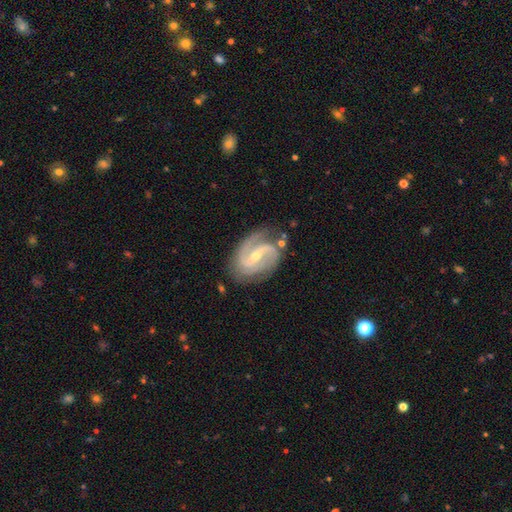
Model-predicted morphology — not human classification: Smooth or featured? featured or disk (91%)
Edge-on disk? no (97%)
Bar? strong (44%)
Spiral arms? yes (98%)
Spiral winding? medium (53%)
Spiral arm count? 2 (88%)
Bulge size? small (63%)
Merging? none (73%)